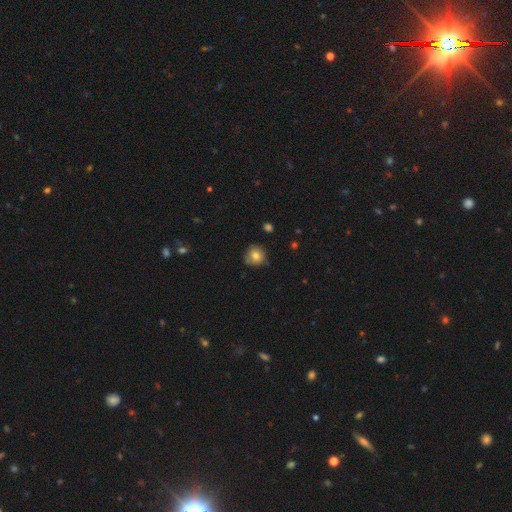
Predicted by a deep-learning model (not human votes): Smooth or featured? Predicted: smooth (p=0.77). How rounded? Predicted: round (p=0.89). Merging? Predicted: none (p=0.76).